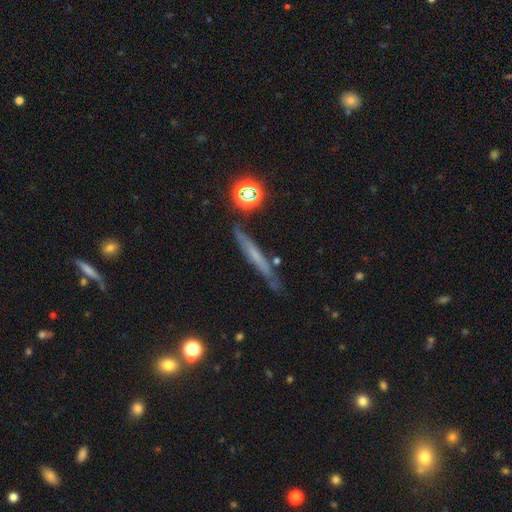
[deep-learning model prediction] Overall: featured or disk (46%; smooth 42%). Merging: none (79%).